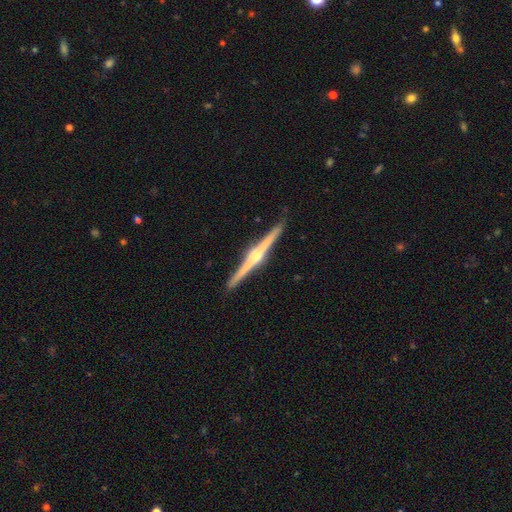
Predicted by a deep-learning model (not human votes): featured or disk 86%, smooth 10%, star or artifact 4%. Down the decision tree: edge-on disk — yes (99%); edge-on bulge — rounded (91%); merging — none (92%).